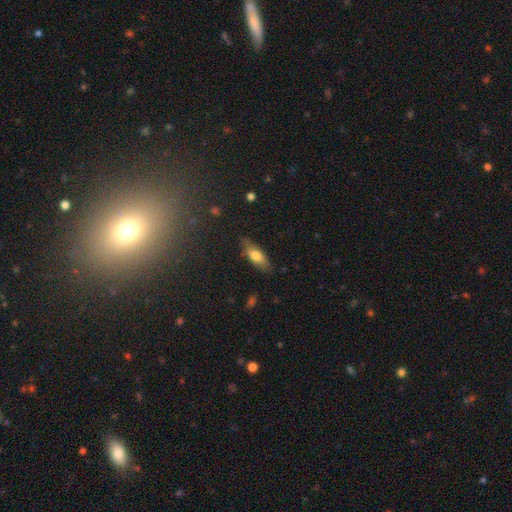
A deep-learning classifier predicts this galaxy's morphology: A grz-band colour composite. It shows a smooth galaxy with no disk features (68%) that is in between round and cigar-shaped (68%). Merging: none (78%).